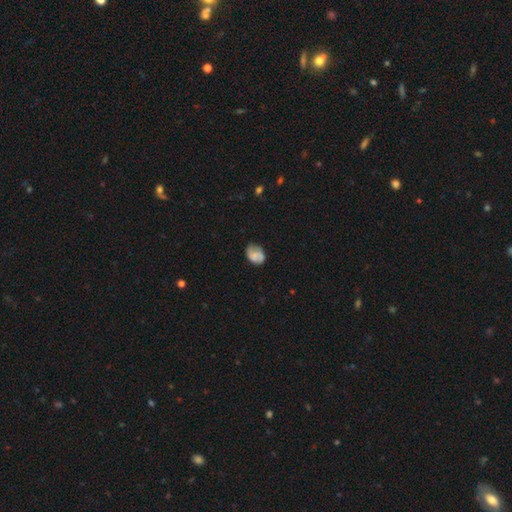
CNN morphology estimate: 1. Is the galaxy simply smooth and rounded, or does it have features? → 55% smooth, 37% featured or disk, 9% star or artifact.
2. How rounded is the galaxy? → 65% in between, 34% round, 1% cigar-shaped.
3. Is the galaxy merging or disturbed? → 57% none, 29% minor disturbance, 10% major disturbance, 3% merger.